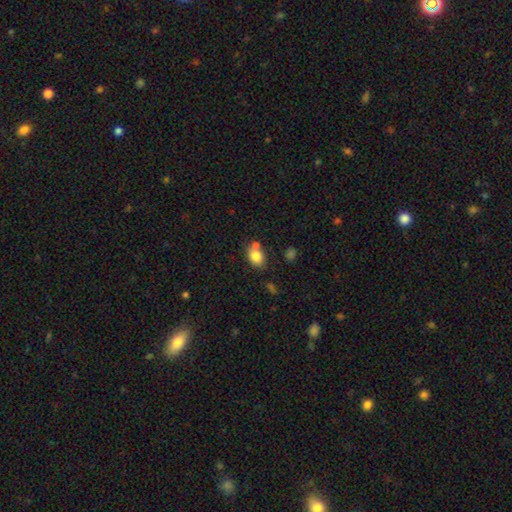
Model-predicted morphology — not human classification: type=smooth (81%); roundness=in between (68%); merging=none (55%).